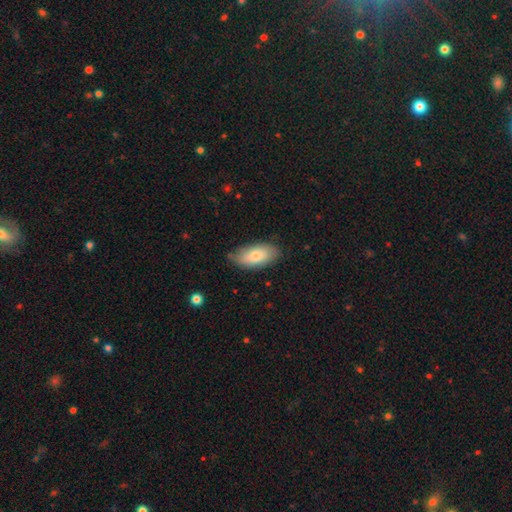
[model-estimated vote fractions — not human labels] smooth 77%, featured or disk 17%, star or artifact 6%. Down the decision tree: how rounded — in between (92%); merging — none (74%).